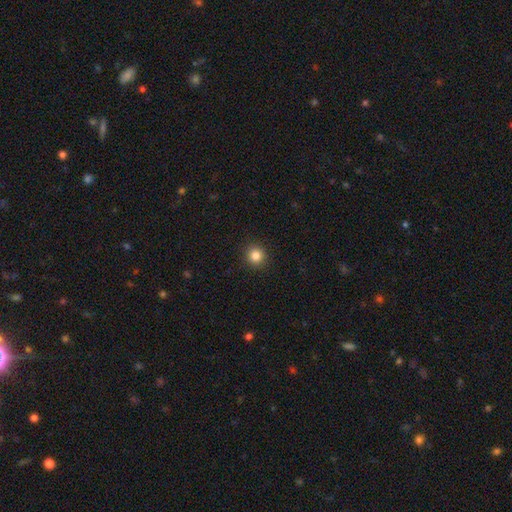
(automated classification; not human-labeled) This is clearly a smooth galaxy (84%). How rounded: clearly round (93%). Merging: clearly none (92%).